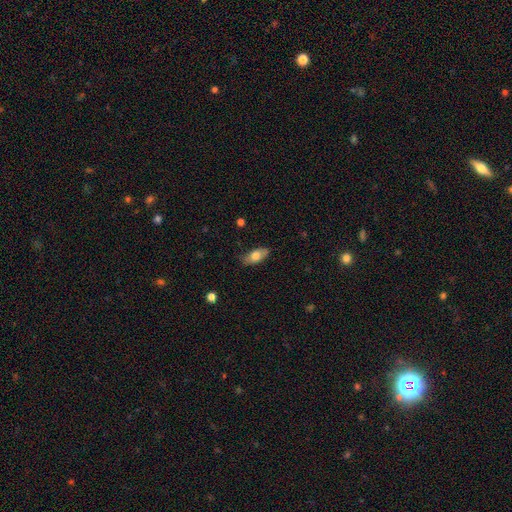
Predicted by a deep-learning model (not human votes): A smooth galaxy with no disk features (71%) that is in between round and cigar-shaped (85%).

Vote fractions:
- Smooth or featured? smooth: 71% / featured or disk: 23% / star or artifact: 7%
- How rounded? in between: 85% / cigar-shaped: 11% / round: 4%
- Merging? none: 77% / minor disturbance: 18% / major disturbance: 3% / merger: 1%